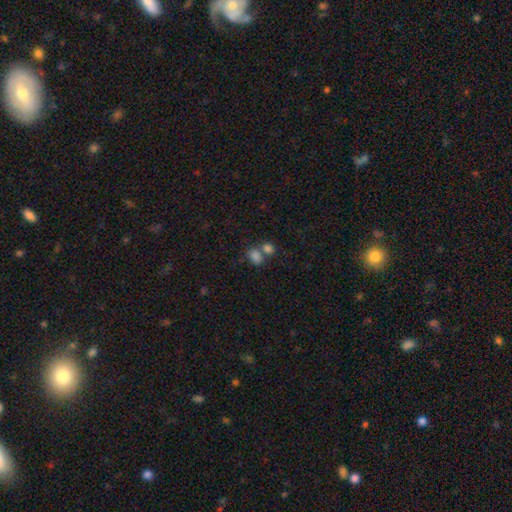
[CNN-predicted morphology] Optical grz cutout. It shows a smooth galaxy with no disk features (81%) that is in between round and cigar-shaped (72%). Merging: merger (50%).